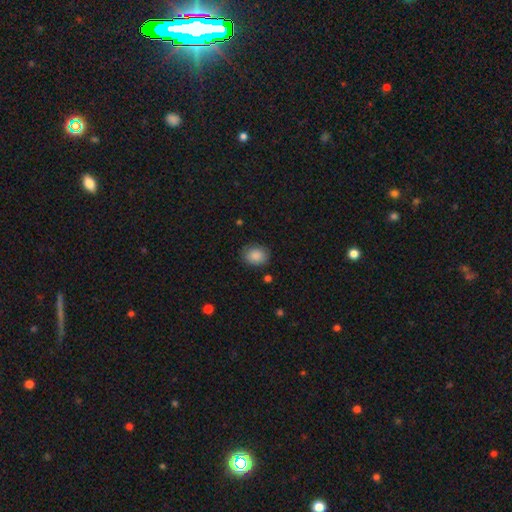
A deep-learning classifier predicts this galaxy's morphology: A smooth galaxy with no disk features (88%) that is in between round and cigar-shaped (52%).

Vote fractions:
- Smooth or featured? smooth: 88% / star or artifact: 8% / featured or disk: 4%
- How rounded? in between: 52% / round: 47% / cigar-shaped: 1%
- Merging? none: 82% / minor disturbance: 13% / major disturbance: 3% / merger: 2%